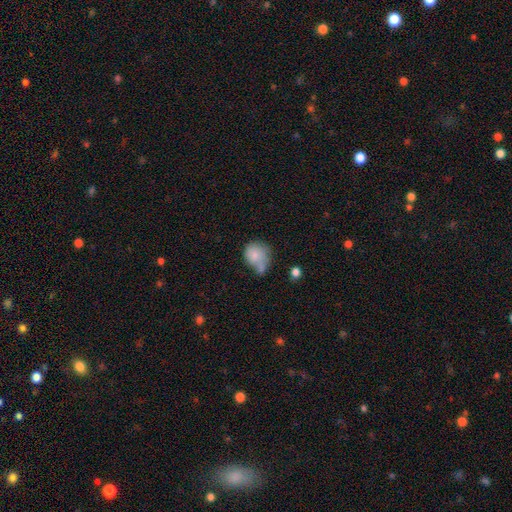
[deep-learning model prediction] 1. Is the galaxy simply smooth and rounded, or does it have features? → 78% smooth, 14% featured or disk, 8% star or artifact.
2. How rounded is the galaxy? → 67% round, 32% in between, 1% cigar-shaped.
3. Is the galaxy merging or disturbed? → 33% none, 29% merger, 25% minor disturbance, 13% major disturbance.